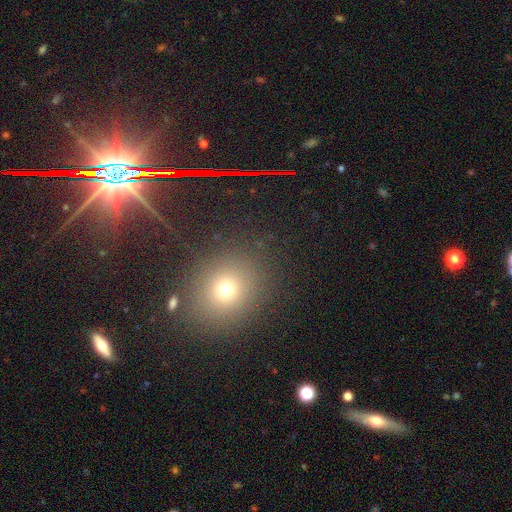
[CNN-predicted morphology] Smooth or featured: smooth — 46% (star or artifact — 40%)
Merging: none — 88% (minor disturbance — 7%)